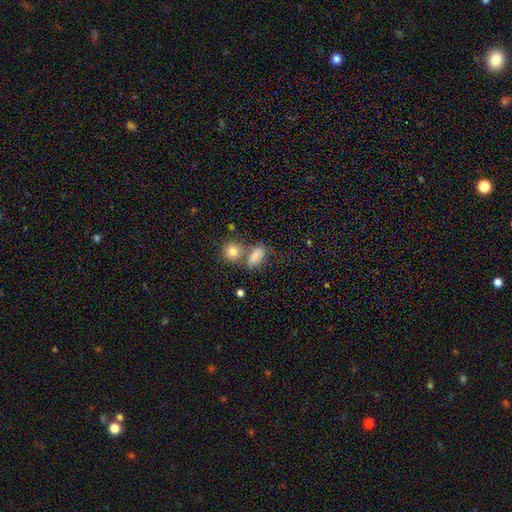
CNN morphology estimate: The model was most divided on "merging": none: 42%, merger: 34%, minor disturbance: 16%, major disturbance: 8%. More confident: smooth or featured — smooth (82%); how rounded — in between (82%).